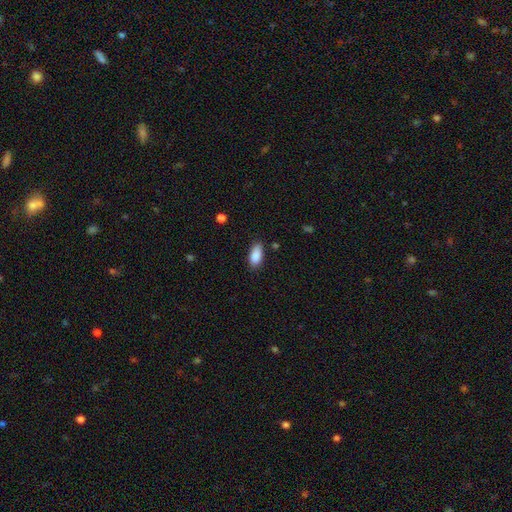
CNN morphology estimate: Smooth or featured?
  - smooth: 88% *
  - star or artifact: 7%
  - featured or disk: 5%
How rounded?
  - in between: 88% *
  - cigar-shaped: 10%
  - round: 2%
Merging?
  - none: 80% *
  - minor disturbance: 15%
  - major disturbance: 3%
  - merger: 2%